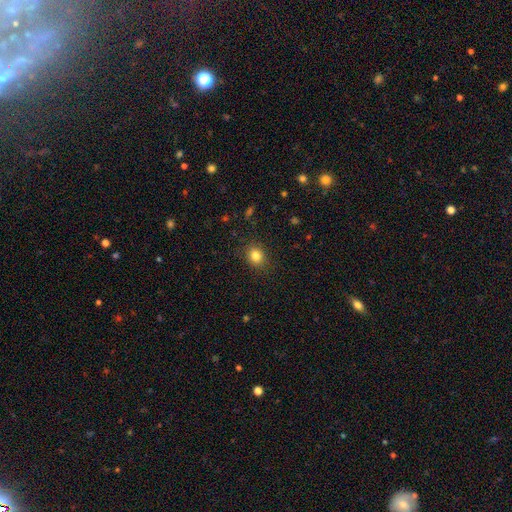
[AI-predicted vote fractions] Smooth or featured? Predicted: smooth (p=0.82). How rounded? Predicted: round (p=0.63). Merging? Predicted: none (p=0.87).